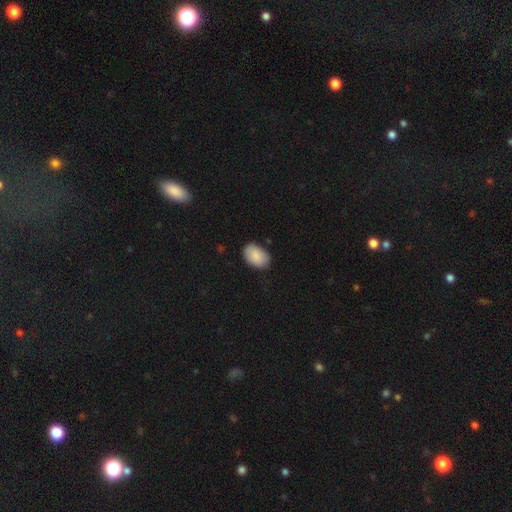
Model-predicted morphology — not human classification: smooth_or_featured: smooth (p=0.89) [alt: star or artifact p=0.06]
how_rounded: in between (p=0.89) [alt: round p=0.10]
merging: none (p=0.81) [alt: minor disturbance p=0.16]